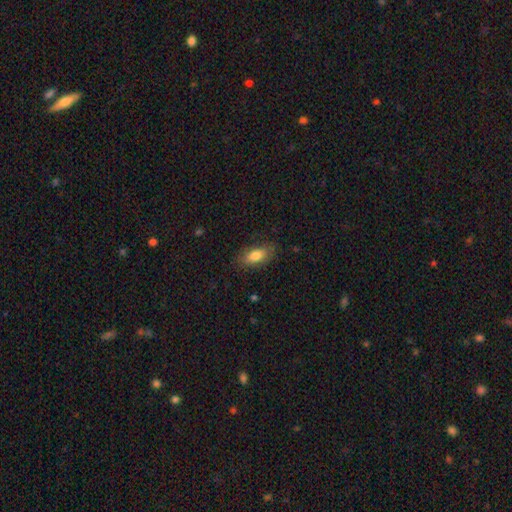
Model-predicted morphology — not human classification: Q: Smooth or featured?
A: smooth (79%); runner-up: featured or disk (14%)
Q: How rounded?
A: in between (83%); runner-up: cigar-shaped (13%)
Q: Merging?
A: none (83%); runner-up: minor disturbance (13%)